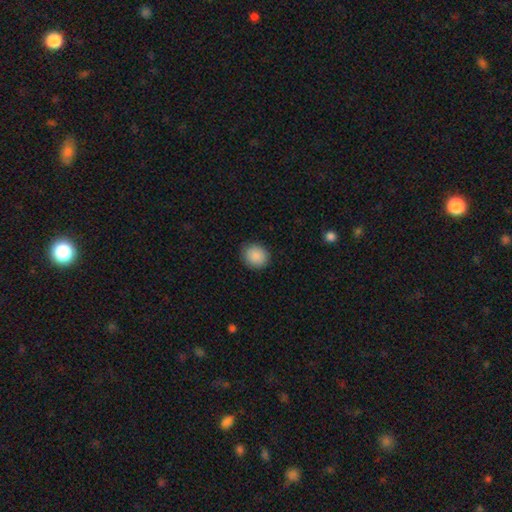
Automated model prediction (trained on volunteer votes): Q: Smooth or featured?
A: smooth (89%); runner-up: star or artifact (8%)
Q: How rounded?
A: round (79%); runner-up: in between (20%)
Q: Merging?
A: none (88%); runner-up: minor disturbance (9%)